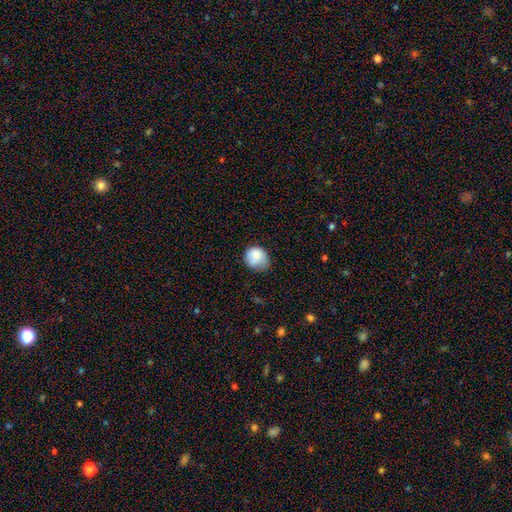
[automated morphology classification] Q: Smooth or featured?
A: smooth (81%); runner-up: featured or disk (11%)
Q: How rounded?
A: round (71%); runner-up: in between (29%)
Q: Merging?
A: none (48%); runner-up: minor disturbance (37%)